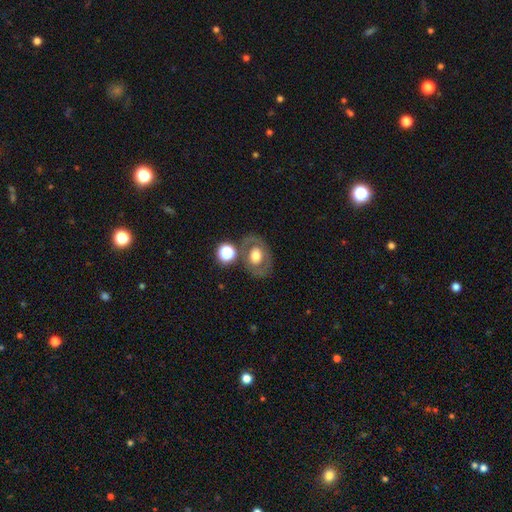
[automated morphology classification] Smooth or featured? Predicted: smooth (p=0.48). Merging? Predicted: none (p=0.65).